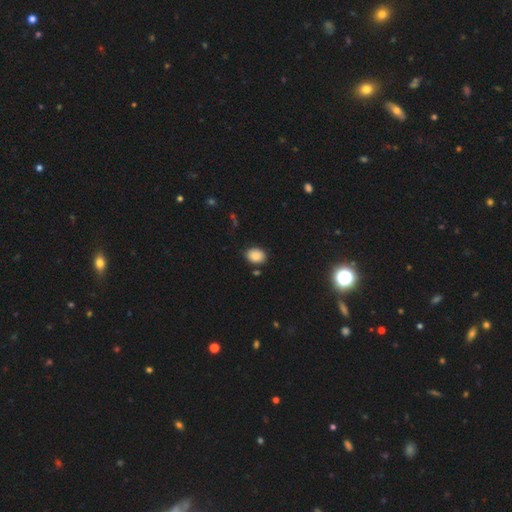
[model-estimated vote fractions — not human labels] This is clearly a smooth galaxy (88%). How rounded: likely in between (67%). Merging: clearly none (85%).